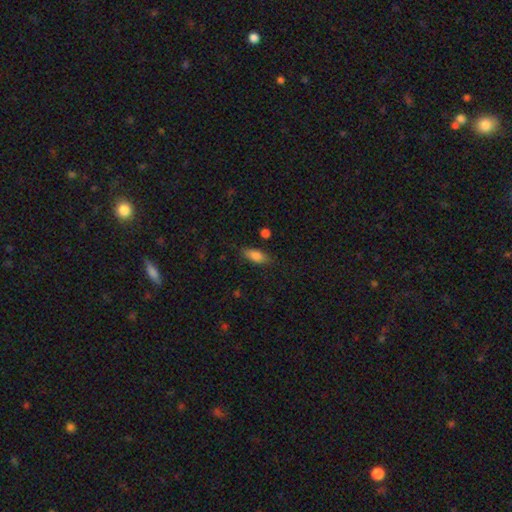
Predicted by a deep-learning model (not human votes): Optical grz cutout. It shows a smooth galaxy with no disk features (81%) that is in between round and cigar-shaped (78%). Merging: none (79%).